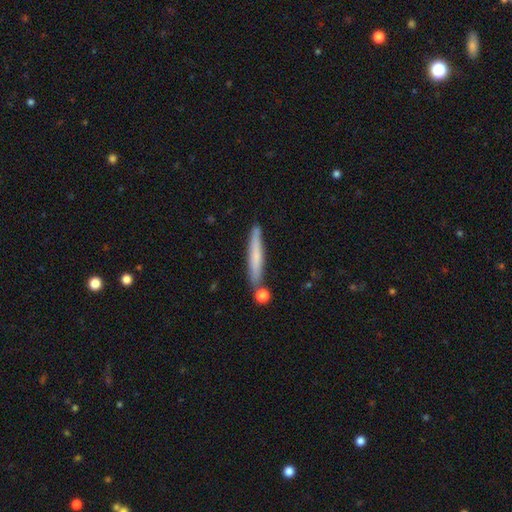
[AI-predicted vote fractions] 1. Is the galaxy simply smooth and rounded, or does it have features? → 63% smooth, 31% featured or disk, 6% star or artifact.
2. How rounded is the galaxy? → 95% cigar-shaped, 3% in between, 1% round.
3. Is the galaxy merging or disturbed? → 79% none, 12% minor disturbance, 7% merger, 2% major disturbance.